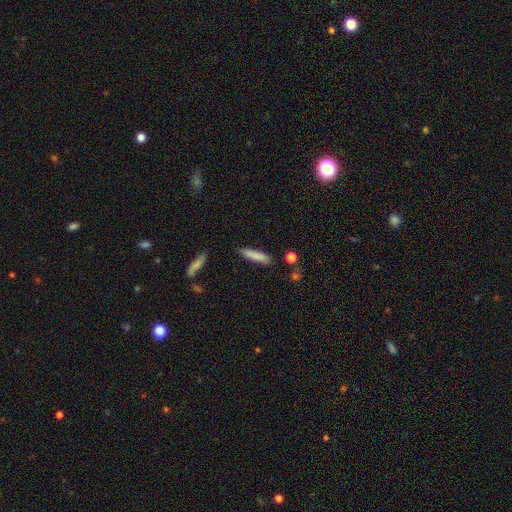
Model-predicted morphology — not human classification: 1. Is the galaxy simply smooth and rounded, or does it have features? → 82% smooth, 12% featured or disk, 6% star or artifact.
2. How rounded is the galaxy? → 83% cigar-shaped, 16% in between, 1% round.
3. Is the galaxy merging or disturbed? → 84% none, 11% minor disturbance, 2% merger, 2% major disturbance.